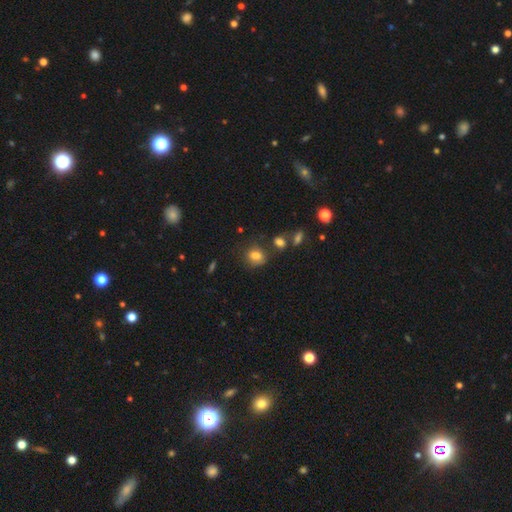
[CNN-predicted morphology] A smooth galaxy with no disk features (80%) that is round (55%).

Vote fractions:
- Smooth or featured? smooth: 80% / star or artifact: 12% / featured or disk: 8%
- How rounded? round: 55% / in between: 44% / cigar-shaped: 1%
- Merging? none: 69% / minor disturbance: 17% / merger: 9% / major disturbance: 5%